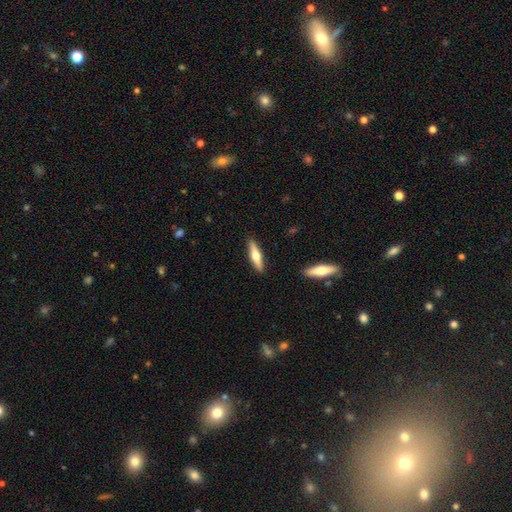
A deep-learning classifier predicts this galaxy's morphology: Smooth or featured? featured or disk (50%)
Merging? none (89%)